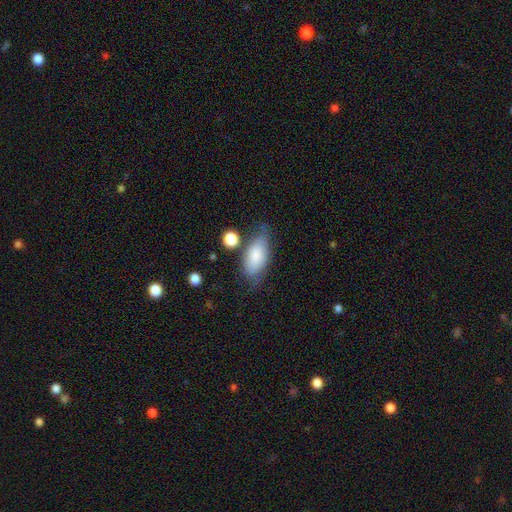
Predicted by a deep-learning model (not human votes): A smooth galaxy with no disk features (81%) that is in between round and cigar-shaped (88%). Merging: none (60%).